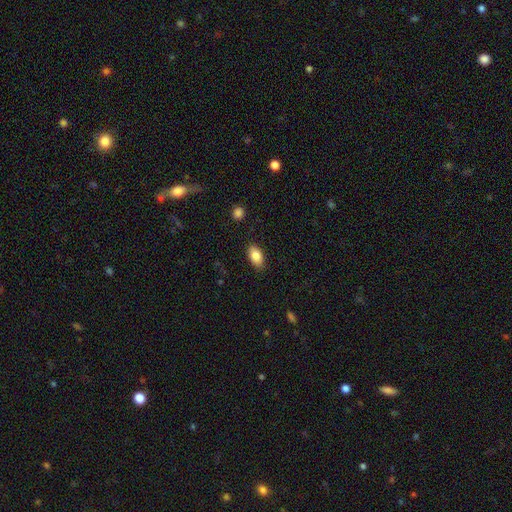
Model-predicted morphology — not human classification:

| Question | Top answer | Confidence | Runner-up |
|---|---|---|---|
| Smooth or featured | smooth | 85% | featured or disk (8%) |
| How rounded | in between | 92% | round (5%) |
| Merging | none | 87% | minor disturbance (10%) |